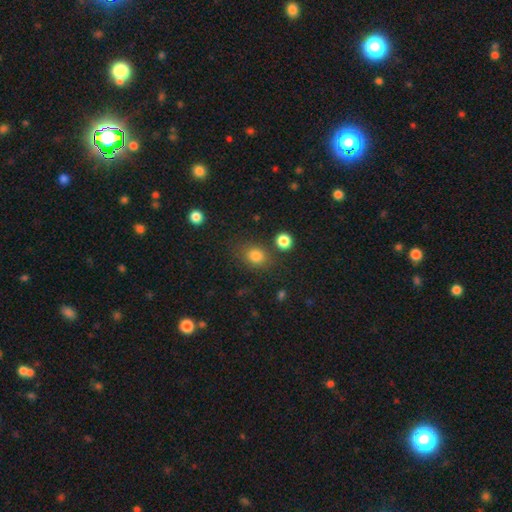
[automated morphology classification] smooth_or_featured: smooth (p=0.82) [alt: star or artifact p=0.12]
how_rounded: round (p=0.55) [alt: in between p=0.44]
merging: none (p=0.72) [alt: minor disturbance p=0.15]